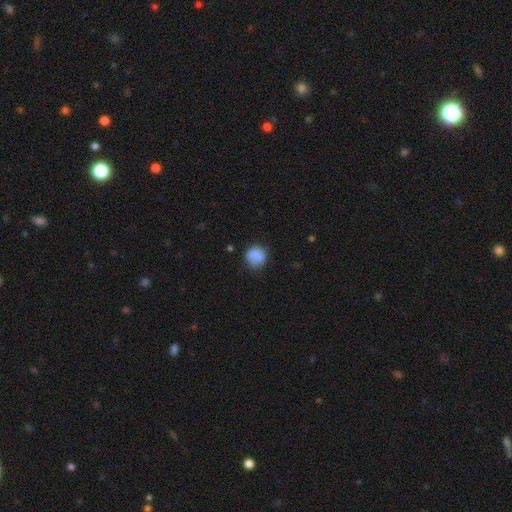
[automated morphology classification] The model was most divided on "merging": none: 76%, minor disturbance: 17%, major disturbance: 4%, merger: 3%. More confident: how rounded — round (87%); smooth or featured — smooth (85%).